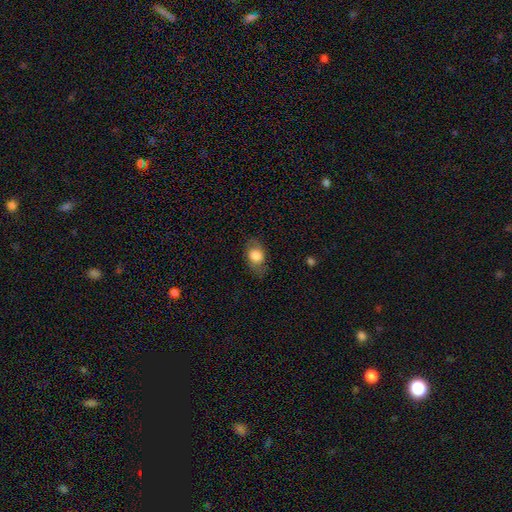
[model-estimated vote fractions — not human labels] Q: Smooth or featured?
A: smooth (72%); runner-up: featured or disk (21%)
Q: How rounded?
A: in between (80%); runner-up: round (17%)
Q: Merging?
A: none (74%); runner-up: minor disturbance (17%)